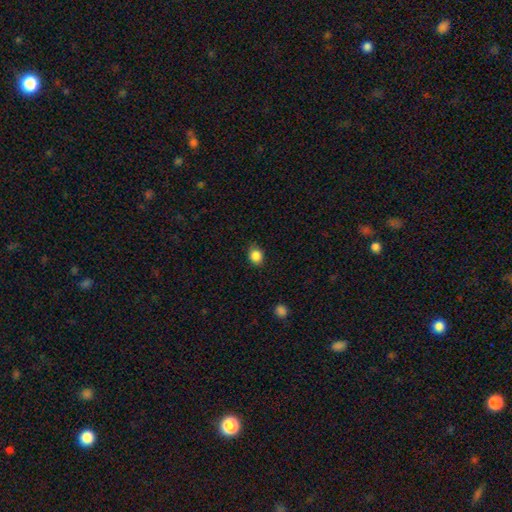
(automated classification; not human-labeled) This appears to be a smooth galaxy with no disk features (86%) that is round (63%). Merging: none (78%).